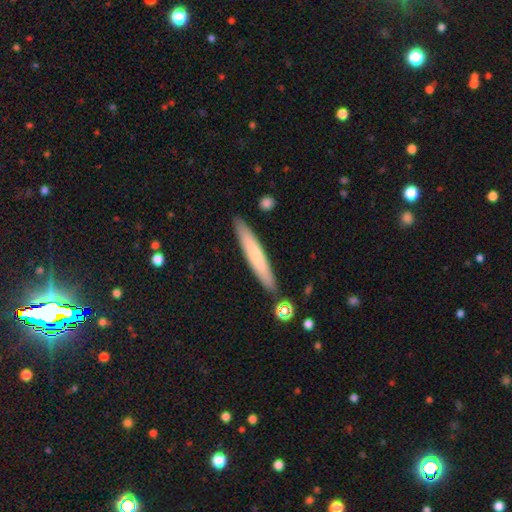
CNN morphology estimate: Smooth or featured? smooth (65%)
How rounded? cigar-shaped (94%)
Merging? none (89%)